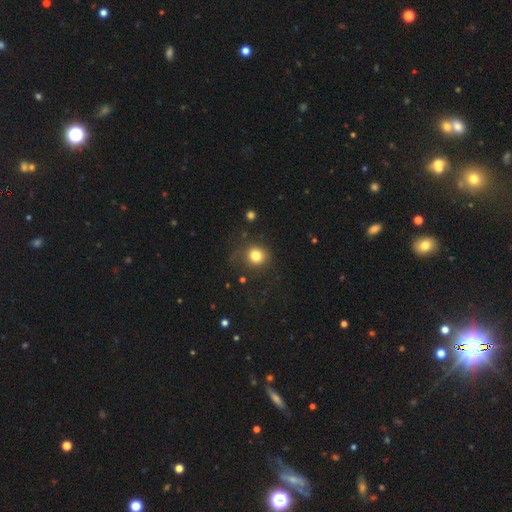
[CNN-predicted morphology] type=smooth (79%); roundness=round (88%); merging=none (75%).